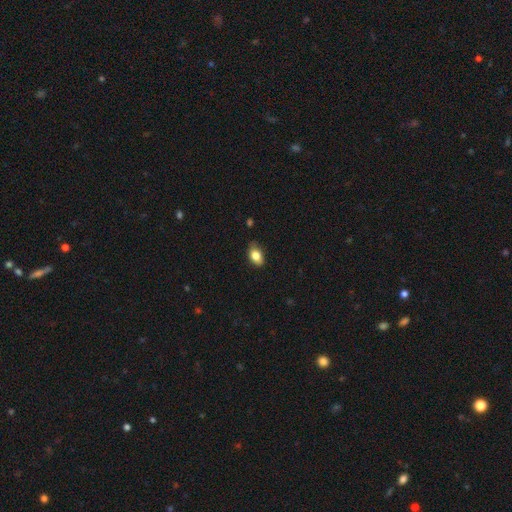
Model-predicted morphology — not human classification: Q: Smooth or featured?
A: smooth (79%); runner-up: featured or disk (13%)
Q: How rounded?
A: in between (88%); runner-up: round (10%)
Q: Merging?
A: none (76%); runner-up: minor disturbance (20%)